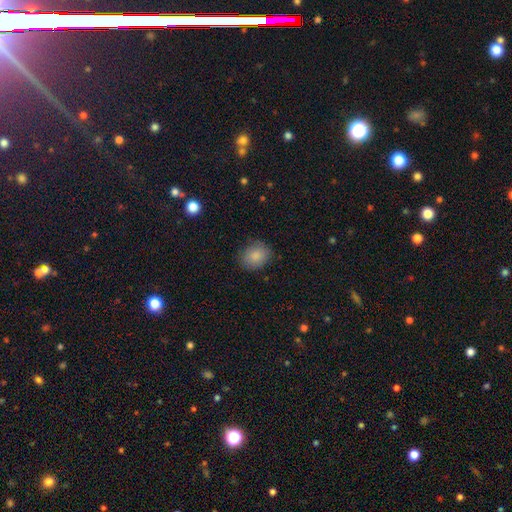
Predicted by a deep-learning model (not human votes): Morphology: type=smooth (87%); roundness=round (61%); merging=none (83%).